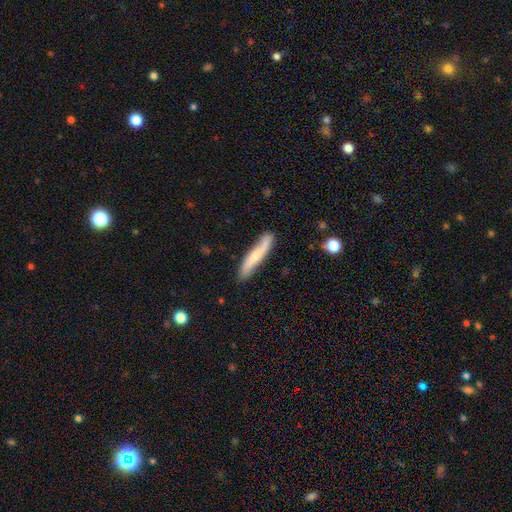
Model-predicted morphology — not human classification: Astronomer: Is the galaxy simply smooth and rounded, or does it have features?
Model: smooth — 50% (runner-up: featured or disk, 44%).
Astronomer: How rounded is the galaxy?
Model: cigar-shaped — 90%.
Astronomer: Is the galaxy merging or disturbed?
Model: none — 79%.